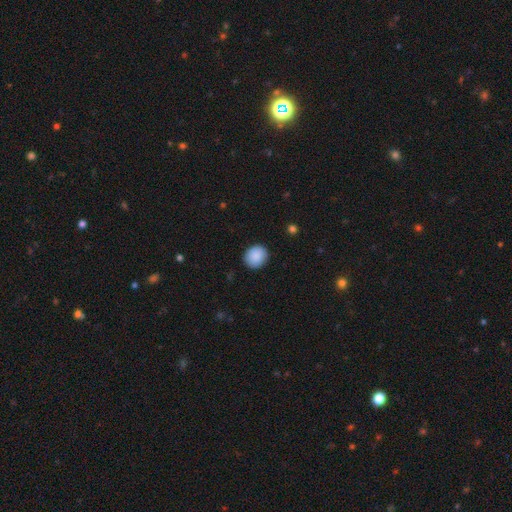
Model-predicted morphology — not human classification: type=smooth (89%); roundness=round (74%); merging=none (89%).